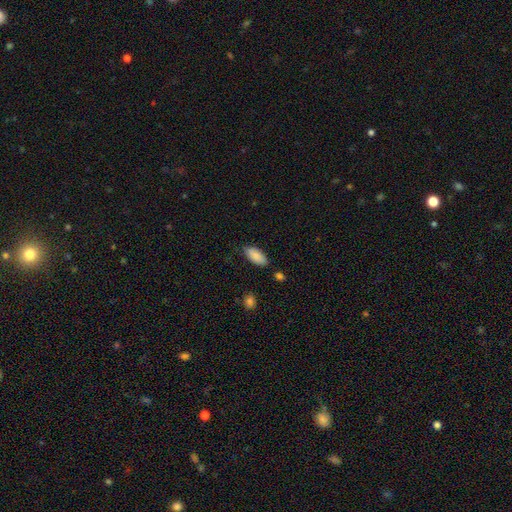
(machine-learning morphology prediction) smooth 88%, star or artifact 6%, featured or disk 6%. Down the decision tree: how rounded — in between (88%); merging — none (80%).